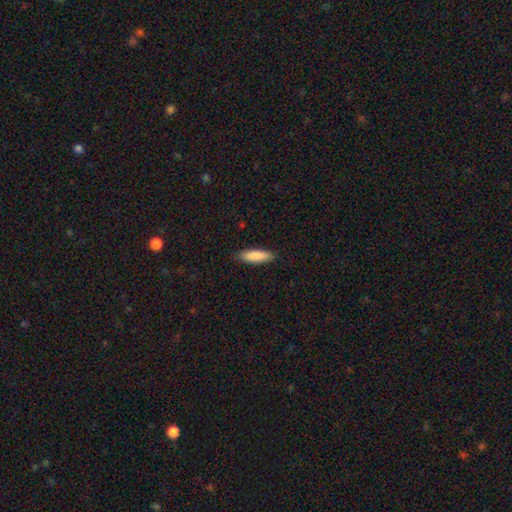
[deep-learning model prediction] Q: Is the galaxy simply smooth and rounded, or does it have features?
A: smooth — 88%.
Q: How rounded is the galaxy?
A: cigar-shaped — 56%.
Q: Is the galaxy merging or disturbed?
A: none — 88%.